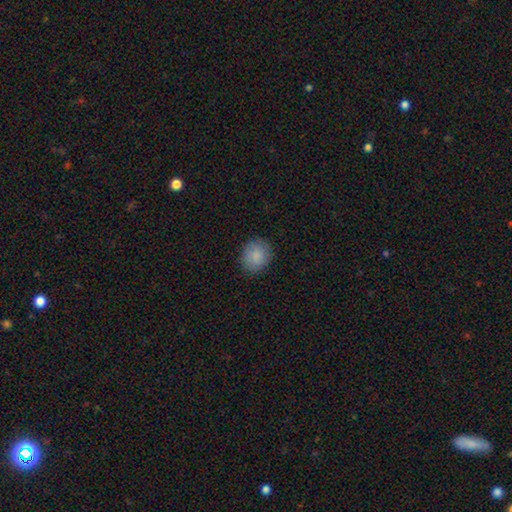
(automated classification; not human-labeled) smooth 87%, star or artifact 7%, featured or disk 5%. Down the decision tree: how rounded — round (77%); merging — none (86%).